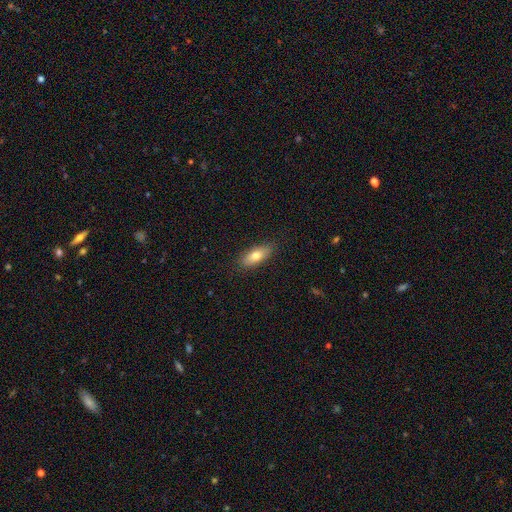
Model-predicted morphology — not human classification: Smooth or featured? smooth (73%)
How rounded? in between (75%)
Merging? none (86%)